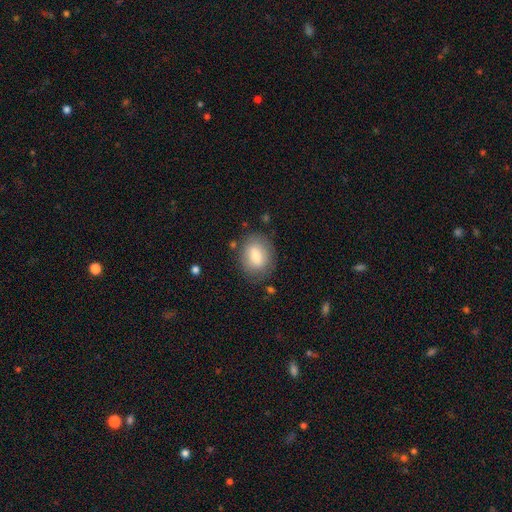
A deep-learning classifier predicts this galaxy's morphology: Overall: smooth (73%). How rounded: in between (61%; round 38%). Merging: none (78%).